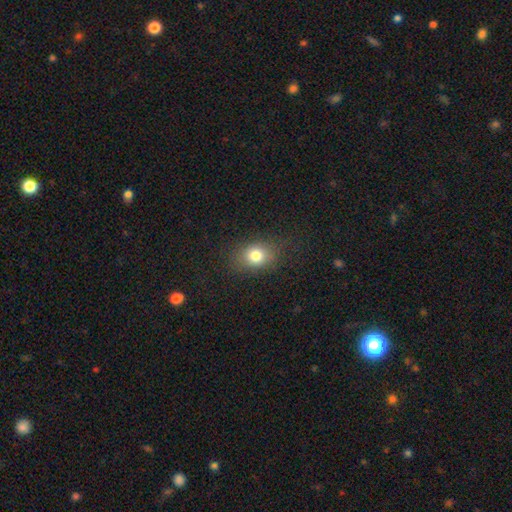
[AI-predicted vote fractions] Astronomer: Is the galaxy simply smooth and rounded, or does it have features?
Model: smooth — 79%.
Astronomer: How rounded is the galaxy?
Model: in between — 50% (runner-up: round, 49%).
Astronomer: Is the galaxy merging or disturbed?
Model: none — 79%.